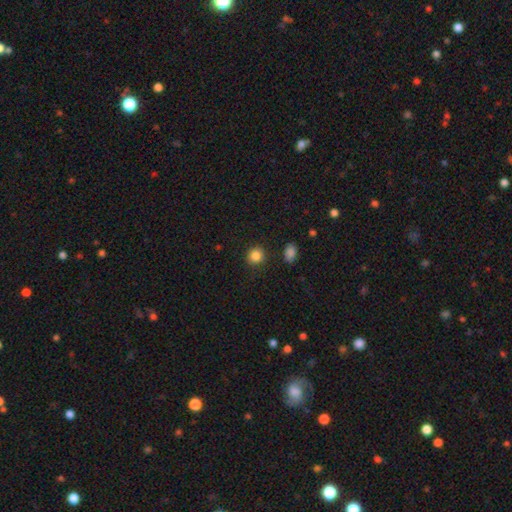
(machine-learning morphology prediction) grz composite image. It shows a smooth galaxy with no disk features (85%) that is round (88%). Merging: none (89%).